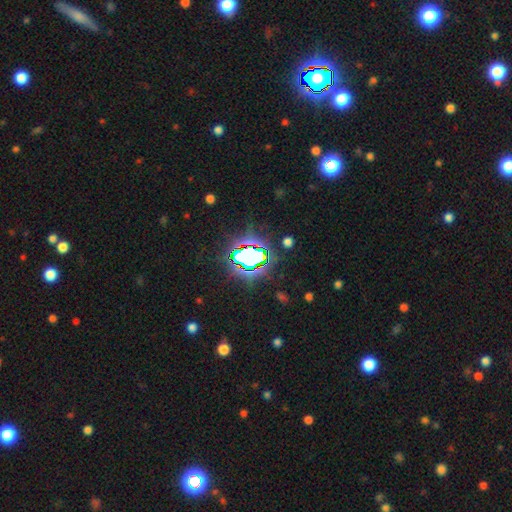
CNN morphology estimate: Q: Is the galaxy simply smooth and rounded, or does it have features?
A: star or artifact — 71%.